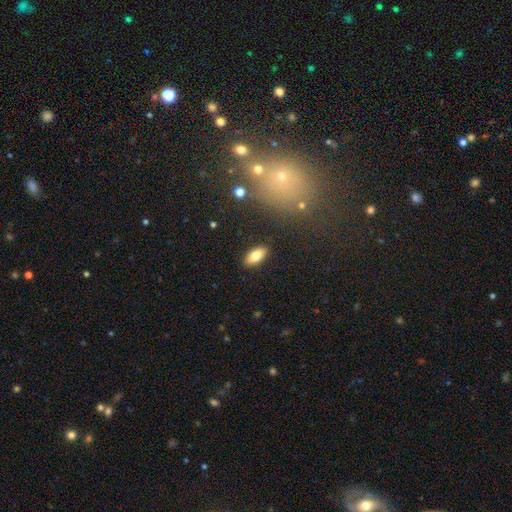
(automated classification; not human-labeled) Smooth or featured? smooth (81%)
How rounded? in between (87%)
Merging? none (88%)